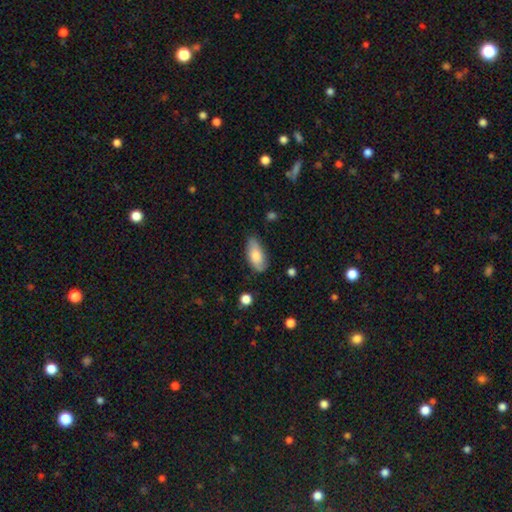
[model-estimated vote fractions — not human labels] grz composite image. It shows a smooth galaxy with no disk features (72%) that is in between round and cigar-shaped (88%). Merging: none (73%).